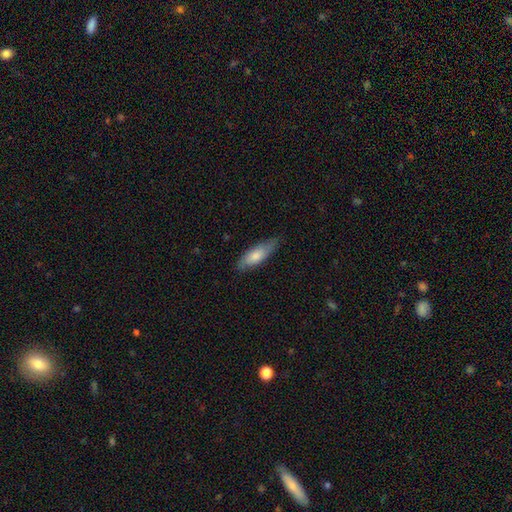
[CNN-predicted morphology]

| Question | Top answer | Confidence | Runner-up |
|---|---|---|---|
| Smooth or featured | smooth | 72% | featured or disk (22%) |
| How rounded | in between | 60% | cigar-shaped (38%) |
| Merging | none | 76% | minor disturbance (19%) |